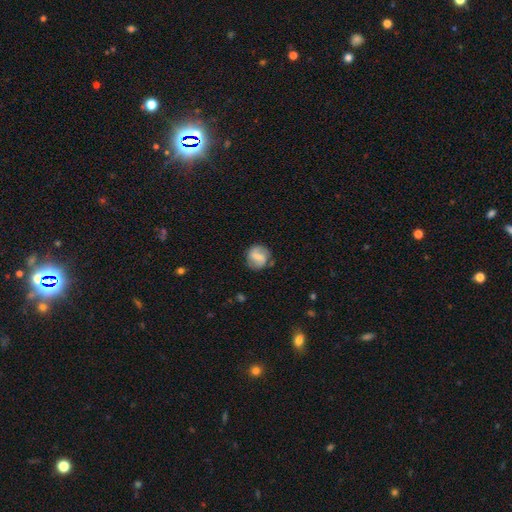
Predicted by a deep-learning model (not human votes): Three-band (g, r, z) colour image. It shows a featured or disk galaxy (54%) with a weak bar (43%), spiral arms (79%) and a small central bulge (42%). Merging: none (77%).